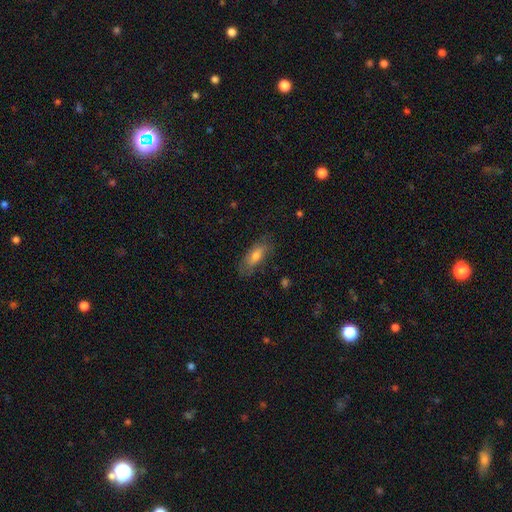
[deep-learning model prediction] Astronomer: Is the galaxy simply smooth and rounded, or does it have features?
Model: smooth — 67%.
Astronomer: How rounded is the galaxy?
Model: in between — 75%.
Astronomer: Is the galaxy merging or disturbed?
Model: none — 72%.